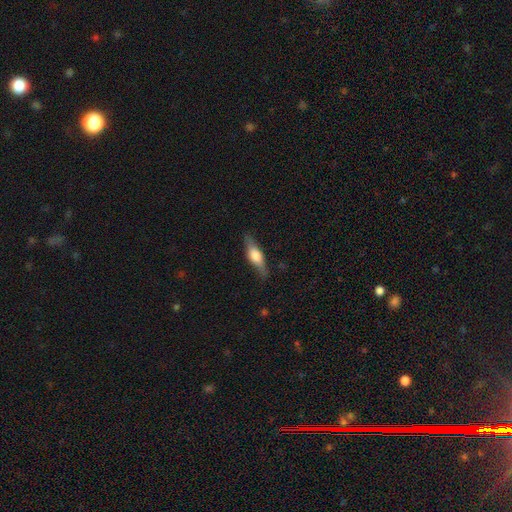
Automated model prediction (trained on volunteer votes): Smooth or featured? featured or disk (48%)
Merging? none (80%)